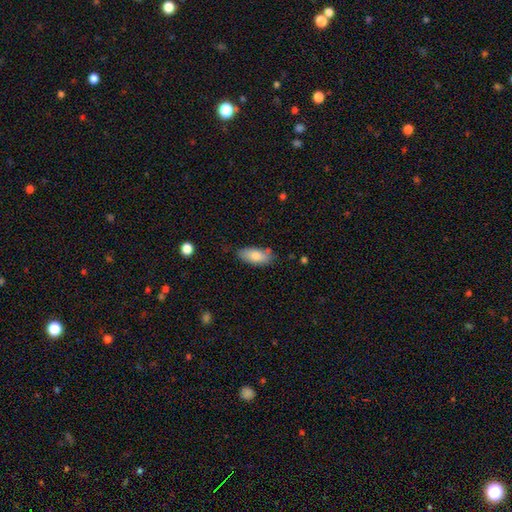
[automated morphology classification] smooth 81%, featured or disk 13%, star or artifact 6%. Down the decision tree: how rounded — in between (86%); merging — none (75%).